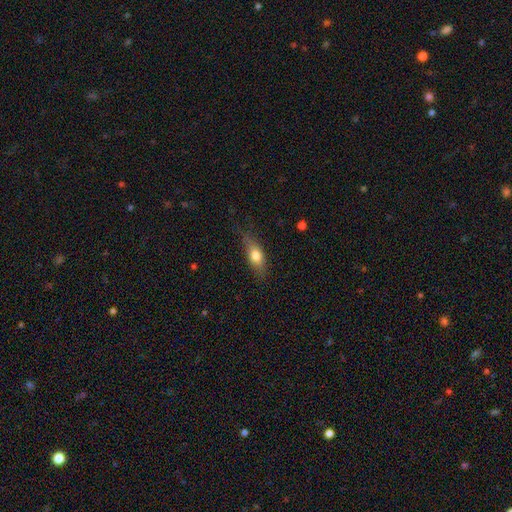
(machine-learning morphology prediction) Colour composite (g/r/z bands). It shows a smooth galaxy with no disk features (70%) that is in between round and cigar-shaped (68%). Merging: none (69%).